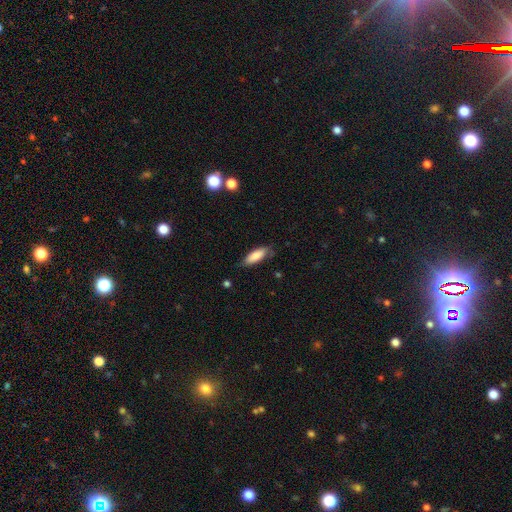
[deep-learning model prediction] smooth 82%, featured or disk 12%, star or artifact 6%. Down the decision tree: how rounded — in between (68%); merging — none (73%).